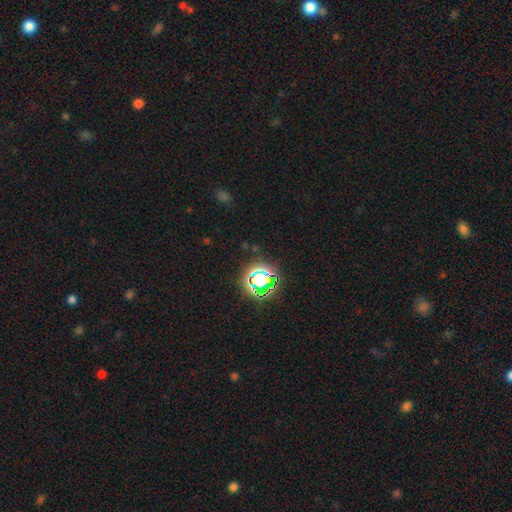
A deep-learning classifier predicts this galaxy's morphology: star or artifact 78%, smooth 15%, featured or disk 7%.